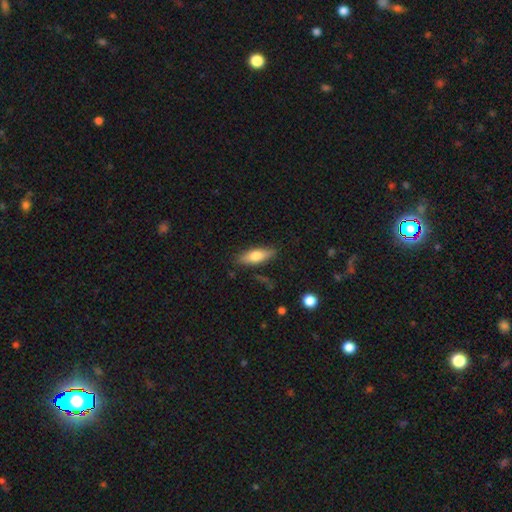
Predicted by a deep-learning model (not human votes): Smooth or featured?
  - smooth: 67% *
  - featured or disk: 26%
  - star or artifact: 7%
How rounded?
  - in between: 58% *
  - cigar-shaped: 39%
  - round: 3%
Merging?
  - none: 84% *
  - minor disturbance: 12%
  - major disturbance: 3%
  - merger: 2%